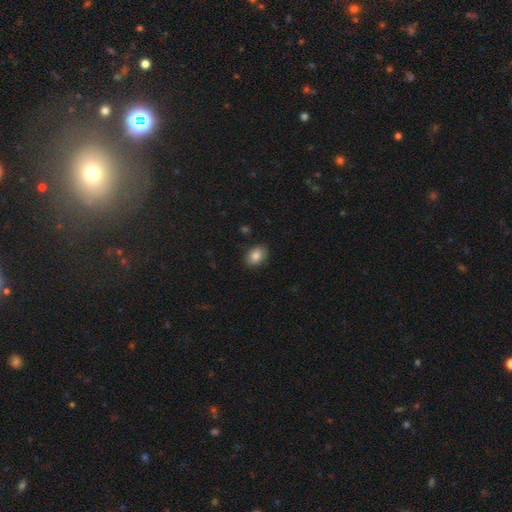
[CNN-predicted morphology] The model was most divided on "how rounded": in between: 81%, round: 17%, cigar-shaped: 1%. More confident: merging — none (87%); smooth or featured — smooth (86%).